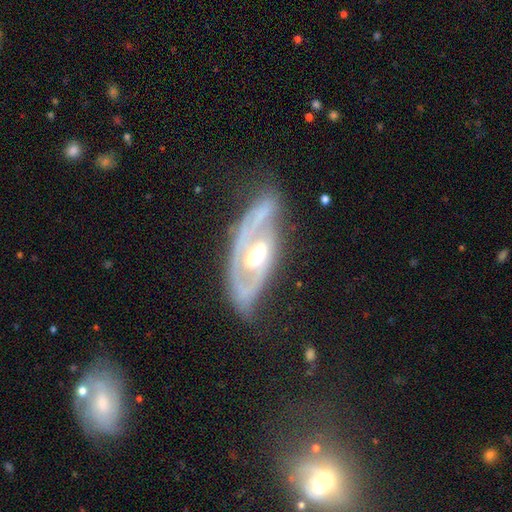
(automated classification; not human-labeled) smooth_or_featured: featured or disk (p=0.82) [alt: smooth p=0.13]
disk_edge_on: no (p=0.85) [alt: yes p=0.15]
bar: no (p=0.59) [alt: weak p=0.29]
has_spiral_arms: yes (p=0.69) [alt: no p=0.31]
bulge_size: moderate (p=0.68) [alt: large p=0.22]
merging: none (p=0.62) [alt: minor disturbance p=0.24]